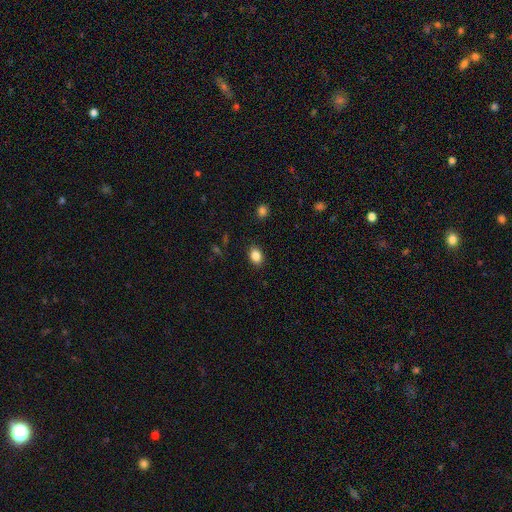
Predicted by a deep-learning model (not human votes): A smooth galaxy with no disk features (86%) that is in between round and cigar-shaped (75%). Merging: none (87%).